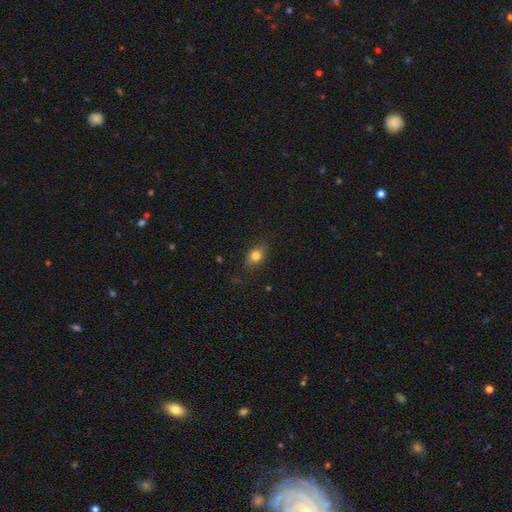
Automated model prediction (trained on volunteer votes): Smooth or featured: smooth — 77% (featured or disk — 13%)
How rounded: in between — 69% (round — 27%)
Merging: none — 82% (minor disturbance — 14%)